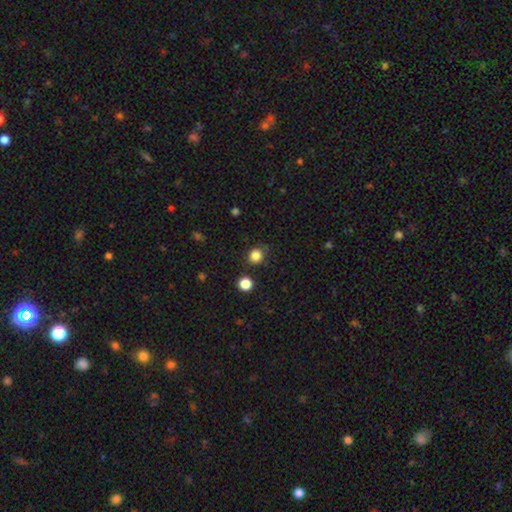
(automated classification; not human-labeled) A smooth galaxy with no disk features (84%) that is round (87%). Merging: none (83%).